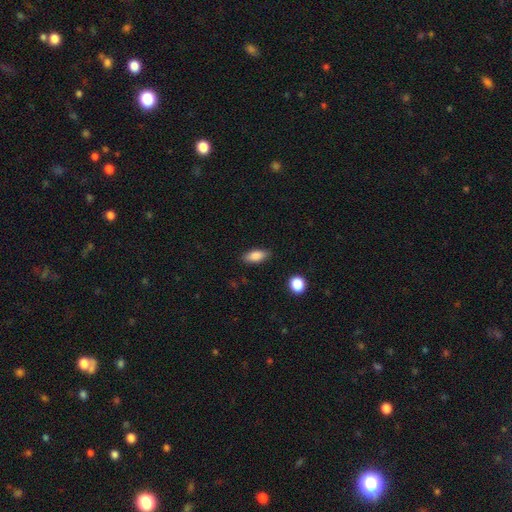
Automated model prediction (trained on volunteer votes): Smooth or featured?
  - smooth: 86% *
  - star or artifact: 8%
  - featured or disk: 7%
How rounded?
  - in between: 85% *
  - cigar-shaped: 11%
  - round: 4%
Merging?
  - none: 85% *
  - minor disturbance: 11%
  - major disturbance: 3%
  - merger: 1%